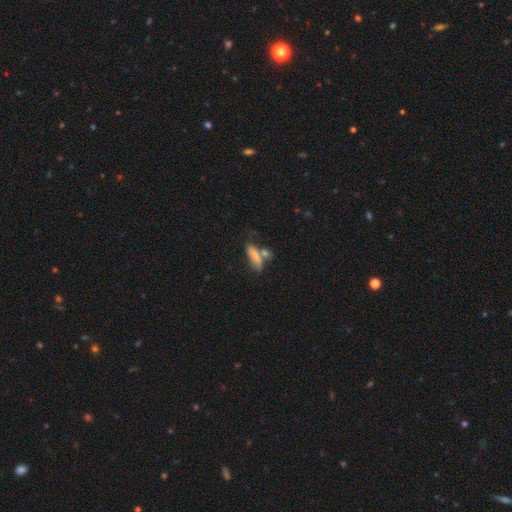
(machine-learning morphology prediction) type=smooth (74%); roundness=cigar-shaped (53%); merging=none (46%).